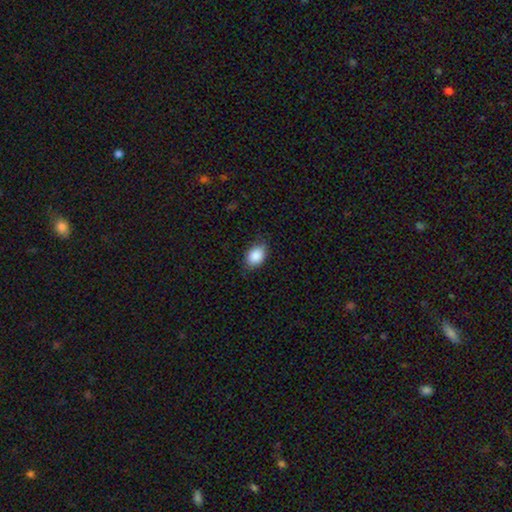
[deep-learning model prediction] The model was most divided on "merging": none: 77%, minor disturbance: 18%, major disturbance: 4%, merger: 1%. More confident: smooth or featured — smooth (88%); how rounded — in between (81%).